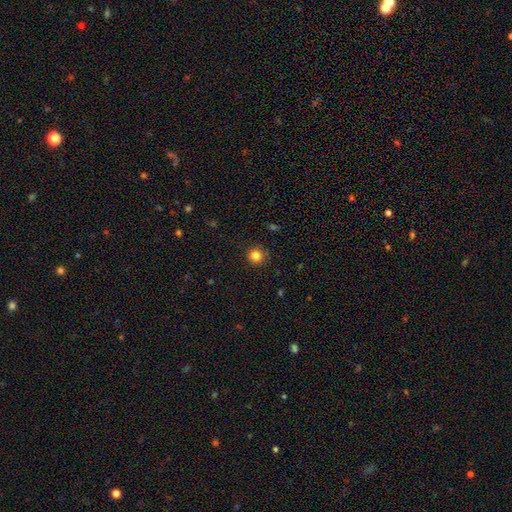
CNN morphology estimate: Smooth or featured?
  - smooth: 84% *
  - star or artifact: 12%
  - featured or disk: 4%
How rounded?
  - round: 94% *
  - in between: 5%
  - cigar-shaped: 1%
Merging?
  - none: 88% *
  - minor disturbance: 9%
  - major disturbance: 2%
  - merger: 1%